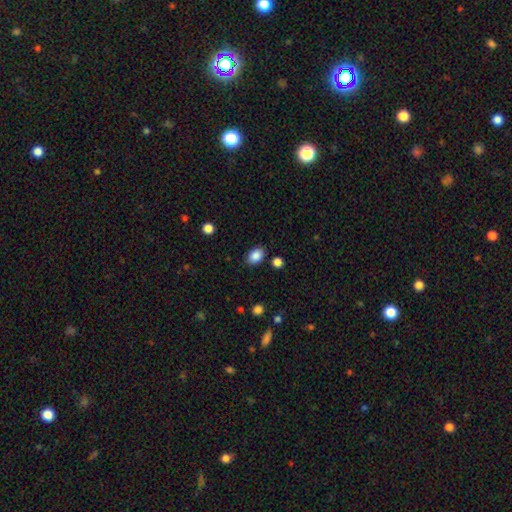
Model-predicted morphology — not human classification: Q: Smooth or featured?
A: smooth (88%); runner-up: star or artifact (9%)
Q: How rounded?
A: in between (80%); runner-up: round (19%)
Q: Merging?
A: none (84%); runner-up: minor disturbance (11%)